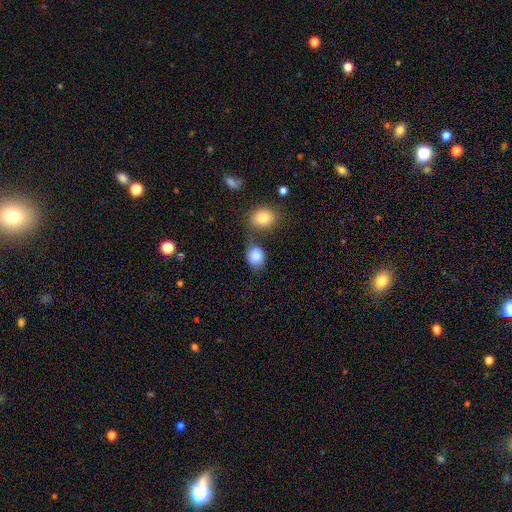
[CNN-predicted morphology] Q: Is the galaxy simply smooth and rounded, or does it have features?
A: smooth — 85%.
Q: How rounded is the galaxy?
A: round — 52%.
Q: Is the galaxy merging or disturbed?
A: none — 48%.